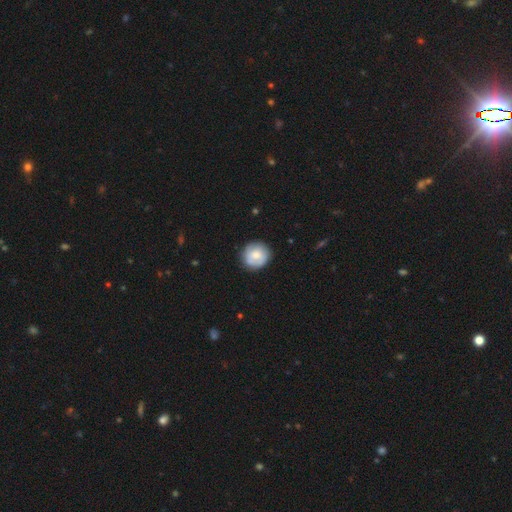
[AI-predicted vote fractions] Morphology: type=smooth (65%); roundness=round (91%); merging=none (81%).